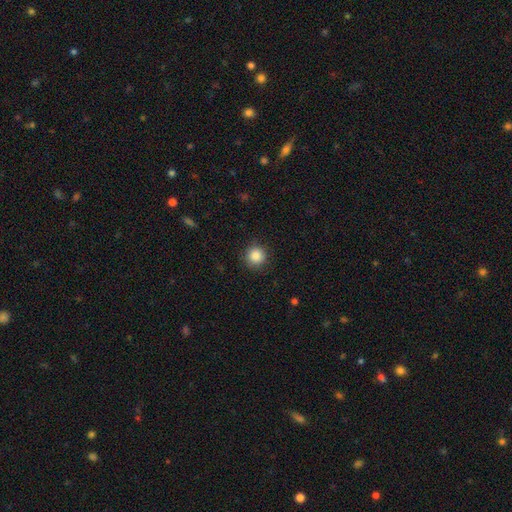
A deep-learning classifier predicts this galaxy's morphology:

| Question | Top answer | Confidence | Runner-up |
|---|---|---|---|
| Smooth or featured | smooth | 87% | star or artifact (10%) |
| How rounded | round | 95% | in between (5%) |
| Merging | none | 89% | minor disturbance (8%) |